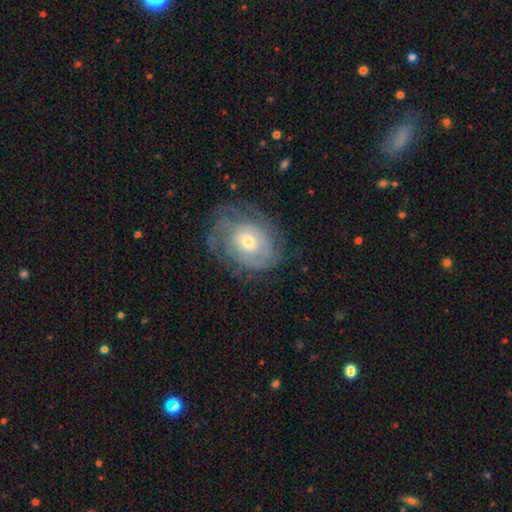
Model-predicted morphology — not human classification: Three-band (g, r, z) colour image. It shows a featured or disk galaxy (61%) with no bar (74%), spiral arms (79%) and a moderate central bulge (60%). Merging: none (77%).